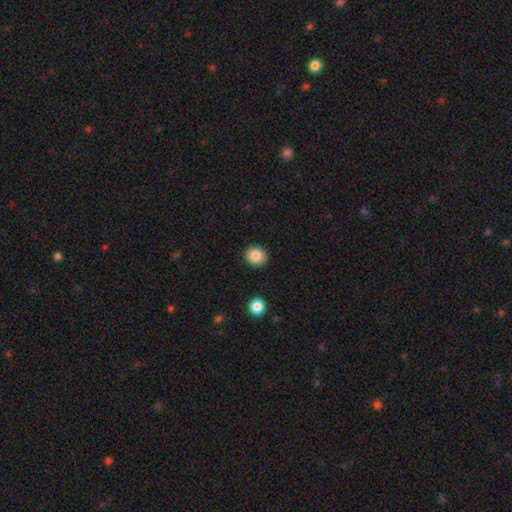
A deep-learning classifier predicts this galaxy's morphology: This appears to be a smooth galaxy with no disk features (87%) that is round (84%). Merging: none (91%).